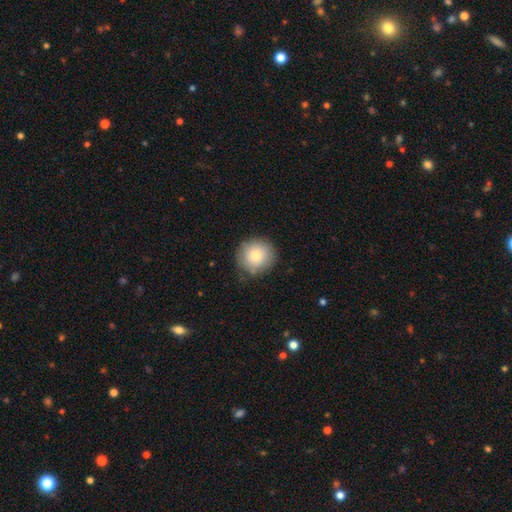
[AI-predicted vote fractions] Smooth or featured?
  - smooth: 82% *
  - featured or disk: 9%
  - star or artifact: 8%
How rounded?
  - round: 93% *
  - in between: 6%
  - cigar-shaped: 1%
Merging?
  - none: 84% *
  - minor disturbance: 12%
  - major disturbance: 3%
  - merger: 1%